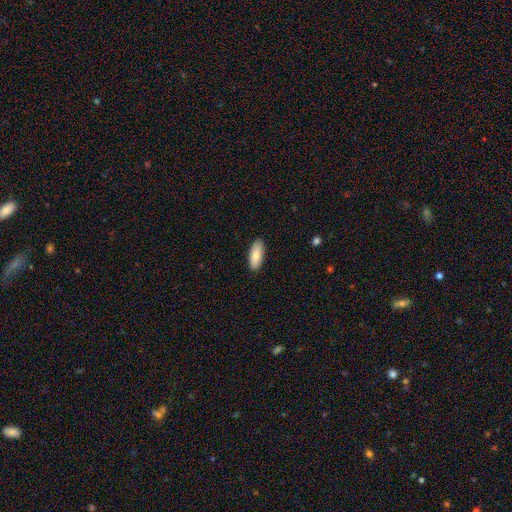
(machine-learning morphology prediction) Smooth or featured?
  - smooth: 85% *
  - featured or disk: 9%
  - star or artifact: 6%
How rounded?
  - in between: 80% *
  - cigar-shaped: 19%
  - round: 2%
Merging?
  - none: 88% *
  - minor disturbance: 9%
  - major disturbance: 2%
  - merger: 1%